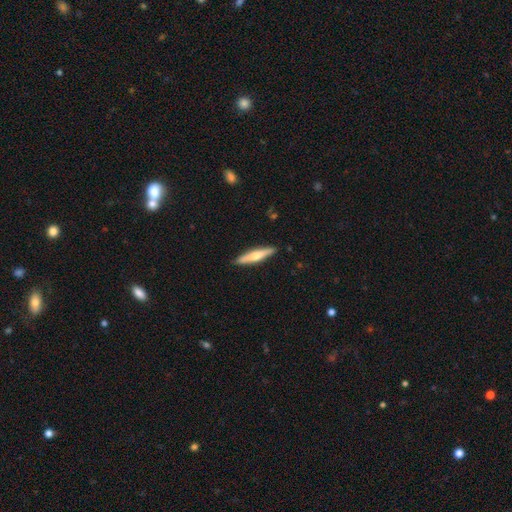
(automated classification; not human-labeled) The model was most divided on "smooth or featured": featured or disk: 50%, smooth: 45%, star or artifact: 5%. More confident: merging — none (90%).